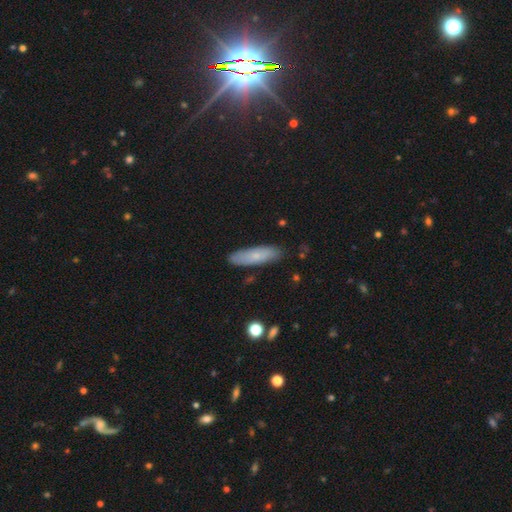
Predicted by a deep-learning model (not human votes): Morphology: type=smooth (70%); roundness=cigar-shaped (64%); merging=none (85%).